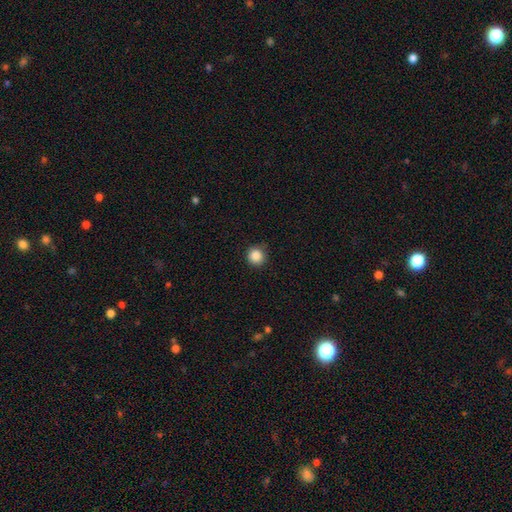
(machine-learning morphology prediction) Smooth or featured: smooth — 87% (star or artifact — 10%)
How rounded: round — 94% (in between — 5%)
Merging: none — 86% (minor disturbance — 11%)